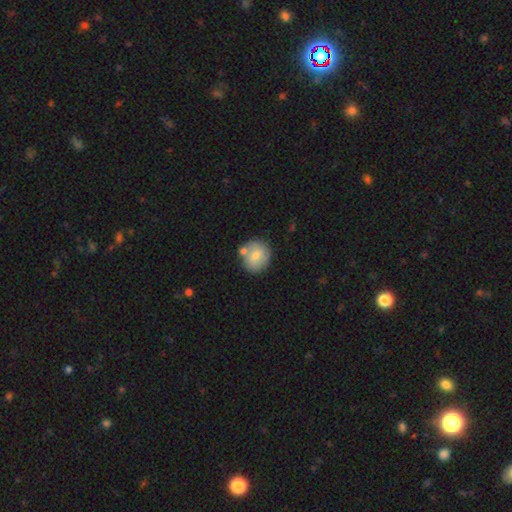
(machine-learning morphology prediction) Overall: smooth (72%). How rounded: round (83%). Merging: none (66%).